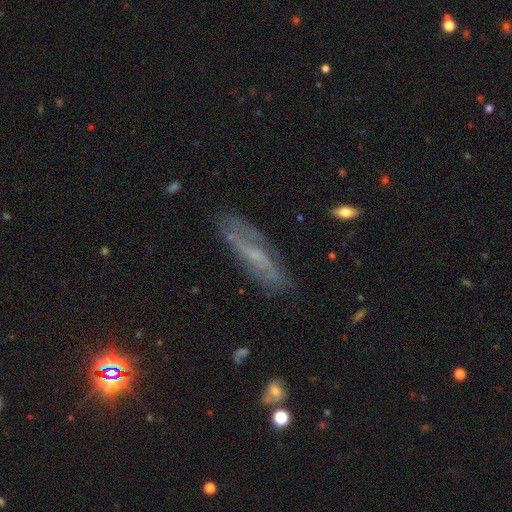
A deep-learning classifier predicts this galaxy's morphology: Smooth or featured: featured or disk — 60% (smooth — 28%)
Edge-on disk: no — 61% (yes — 39%)
Merging: none — 75% (minor disturbance — 17%)